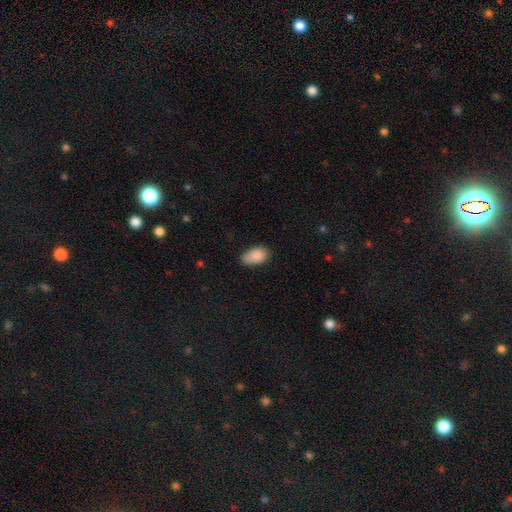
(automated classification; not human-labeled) Smooth or featured?
  - smooth: 88% *
  - star or artifact: 7%
  - featured or disk: 5%
How rounded?
  - in between: 93% *
  - round: 5%
  - cigar-shaped: 2%
Merging?
  - none: 68% *
  - minor disturbance: 26%
  - major disturbance: 4%
  - merger: 1%